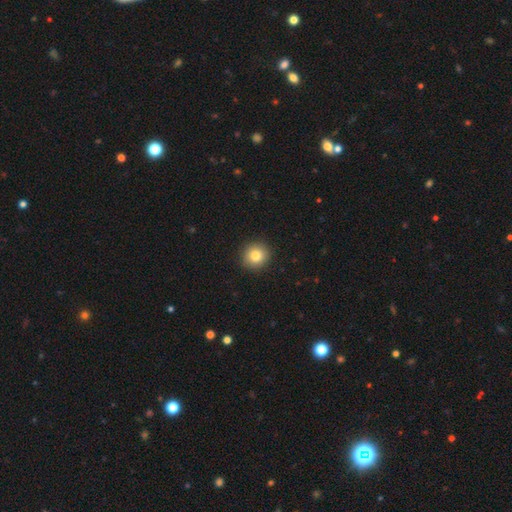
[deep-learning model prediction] Smooth or featured? smooth (82%)
How rounded? round (92%)
Merging? none (92%)